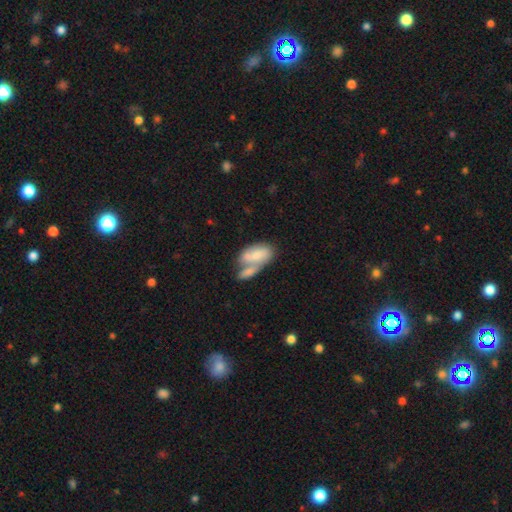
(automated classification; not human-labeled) This is likely a smooth galaxy (62%). How rounded: clearly in between (91%). Merging: likely merger (65%).